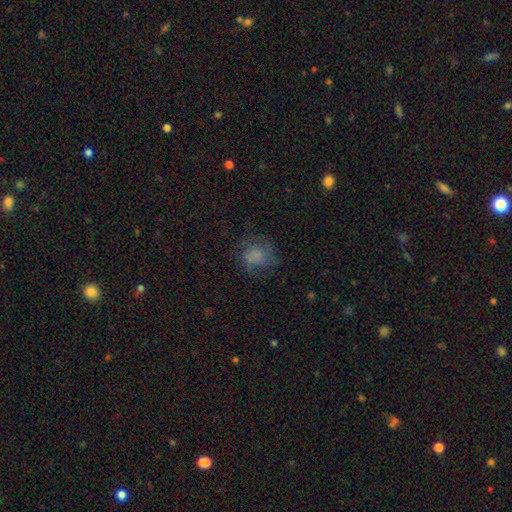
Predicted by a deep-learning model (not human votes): The model was most divided on "smooth or featured": smooth: 63%, featured or disk: 25%, star or artifact: 13%. More confident: how rounded — round (79%); merging — none (61%).